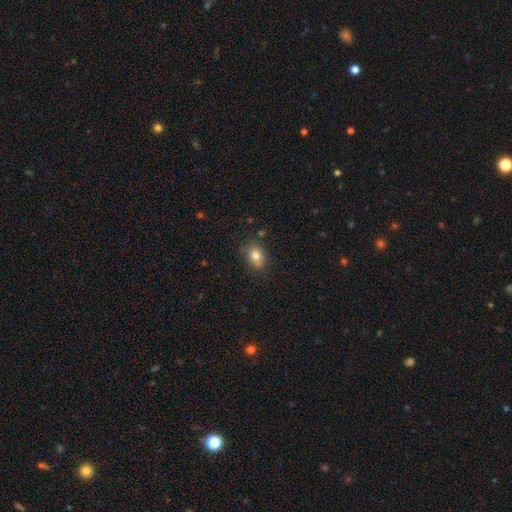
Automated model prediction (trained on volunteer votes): Q: Smooth or featured?
A: smooth (79%); runner-up: star or artifact (11%)
Q: How rounded?
A: in between (55%); runner-up: round (44%)
Q: Merging?
A: none (70%); runner-up: minor disturbance (17%)